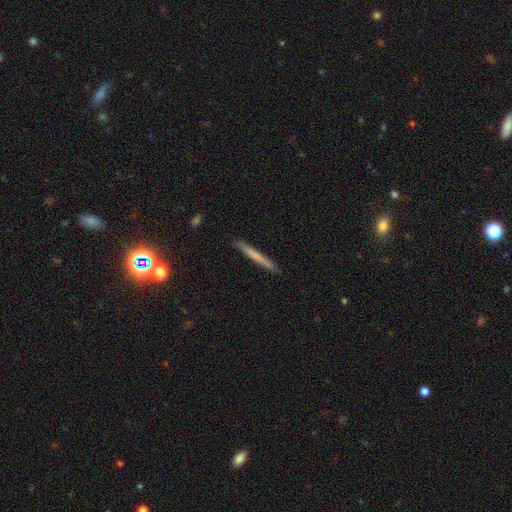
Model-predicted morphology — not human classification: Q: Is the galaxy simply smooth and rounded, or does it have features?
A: smooth — 62%.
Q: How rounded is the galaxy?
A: cigar-shaped — 97%.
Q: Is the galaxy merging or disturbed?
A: none — 91%.